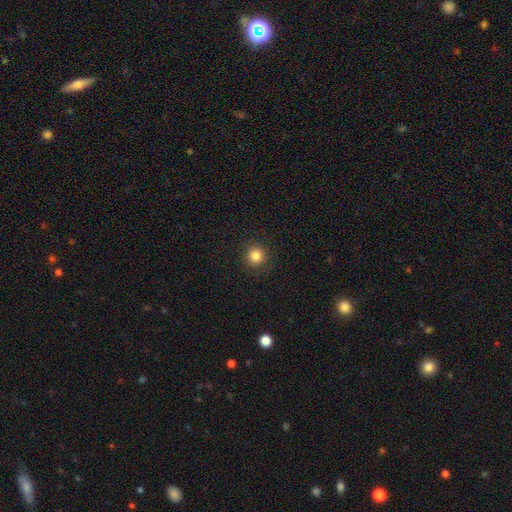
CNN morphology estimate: Smooth or featured? smooth (83%)
How rounded? round (94%)
Merging? none (91%)